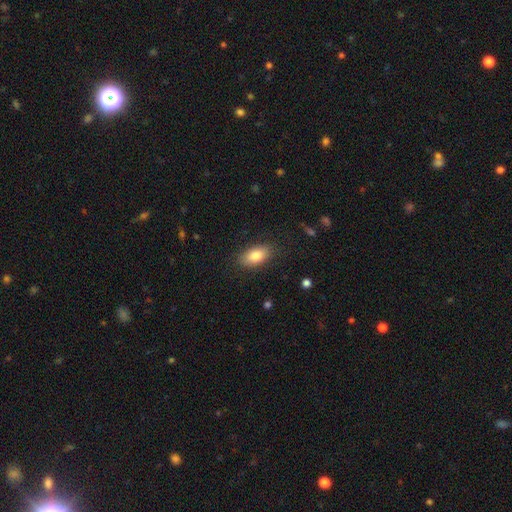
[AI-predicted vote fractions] smooth-or-featured: smooth: 82% | featured or disk: 11% | star or artifact: 7%
  how-rounded: in between: 91% | round: 5% | cigar-shaped: 5%
  merging: none: 85% | minor disturbance: 11% | major disturbance: 3% | merger: 1%